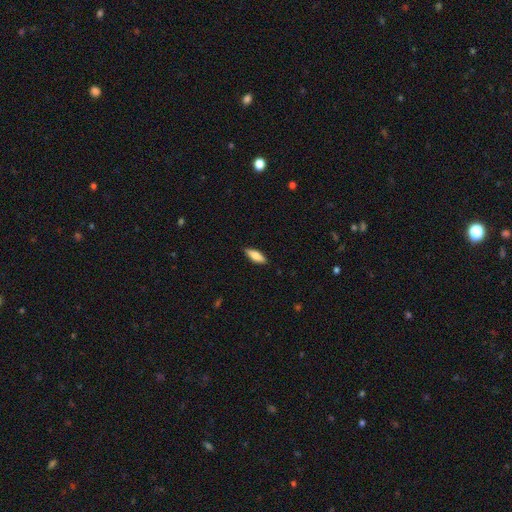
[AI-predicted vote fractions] Overall: smooth (77%). How rounded: in between (64%; cigar-shaped 34%). Merging: none (88%).